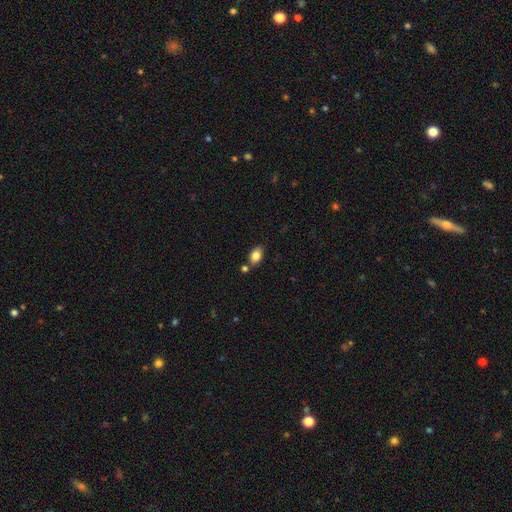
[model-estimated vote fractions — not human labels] This appears to be a smooth galaxy with no disk features (83%) that is in between round and cigar-shaped (85%). Merging: none (75%).